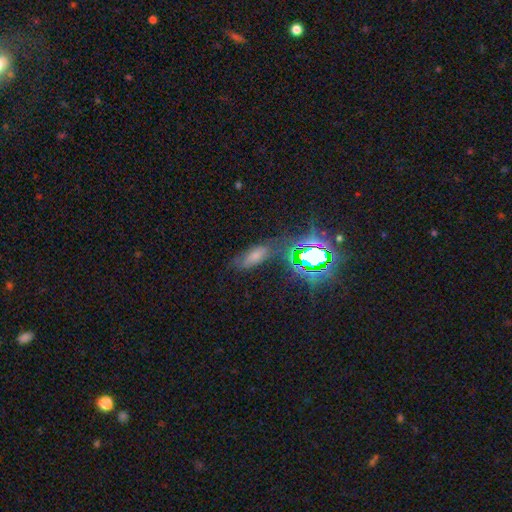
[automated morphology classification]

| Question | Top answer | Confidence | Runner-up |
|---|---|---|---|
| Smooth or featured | smooth | 56% | star or artifact (26%) |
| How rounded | in between | 77% | cigar-shaped (18%) |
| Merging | none | 60% | minor disturbance (24%) |